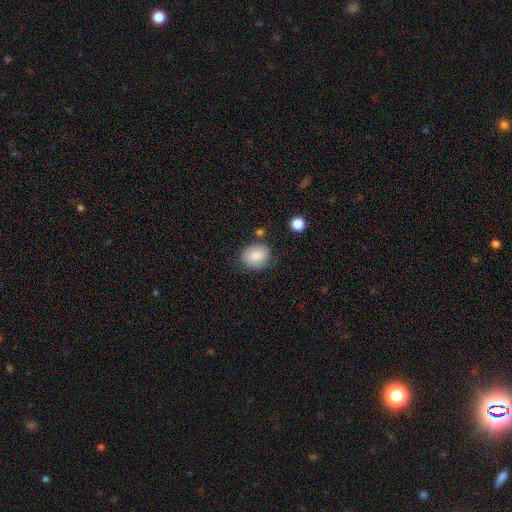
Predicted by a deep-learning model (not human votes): Smooth or featured: smooth — 85% (featured or disk — 8%)
How rounded: round — 59% (in between — 41%)
Merging: none — 77% (minor disturbance — 15%)